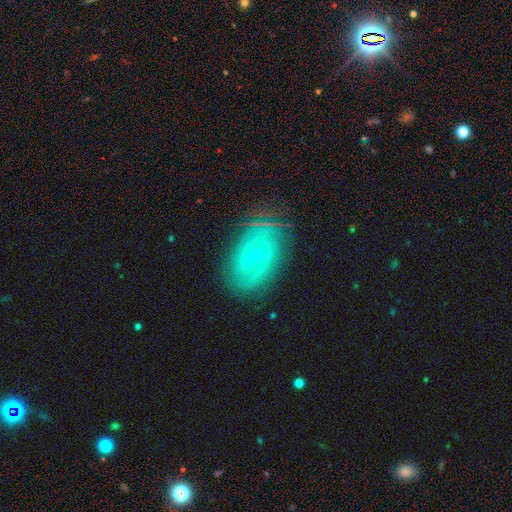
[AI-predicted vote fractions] The model was most divided on "bar": no: 56%, weak: 32%, strong: 12%. More confident: edge-on disk — no (92%); merging — none (75%); spiral arms — yes (65%); smooth or featured — featured or disk (65%); bulge size — small (65%).